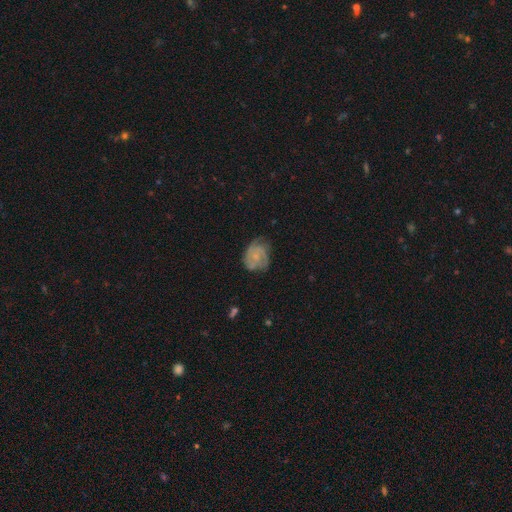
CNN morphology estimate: Smooth or featured? featured or disk (67%)
Edge-on disk? no (98%)
Bar? no (77%)
Spiral arms? yes (88%)
Spiral winding? tight (51%)
Spiral arm count? 3 (30%)
Bulge size? small (64%)
Merging? none (57%)